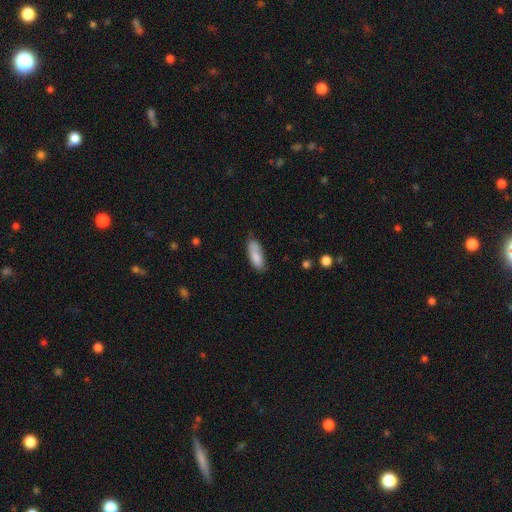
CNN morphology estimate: Smooth or featured? Predicted: smooth (p=0.82). How rounded? Predicted: in between (p=0.68). Merging? Predicted: none (p=0.61).